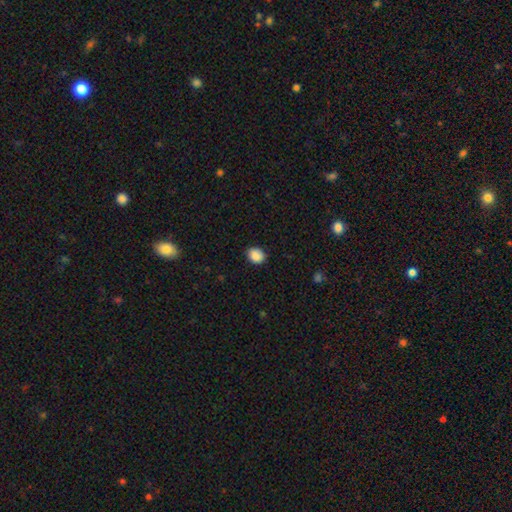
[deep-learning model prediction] Q: Smooth or featured?
A: smooth (88%); runner-up: star or artifact (8%)
Q: How rounded?
A: in between (55%); runner-up: round (44%)
Q: Merging?
A: none (84%); runner-up: minor disturbance (12%)